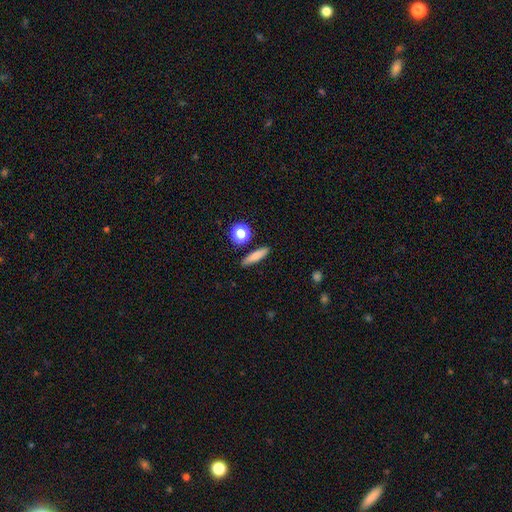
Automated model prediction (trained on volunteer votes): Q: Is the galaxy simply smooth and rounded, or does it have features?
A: smooth — 76%.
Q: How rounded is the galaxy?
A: cigar-shaped — 72%.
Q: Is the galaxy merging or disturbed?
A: none — 87%.